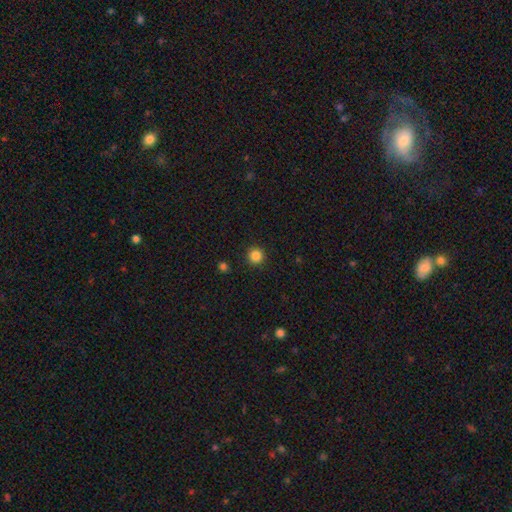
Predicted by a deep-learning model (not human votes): Q: Smooth or featured?
A: smooth (84%); runner-up: star or artifact (12%)
Q: How rounded?
A: round (95%); runner-up: in between (4%)
Q: Merging?
A: none (92%); runner-up: minor disturbance (5%)